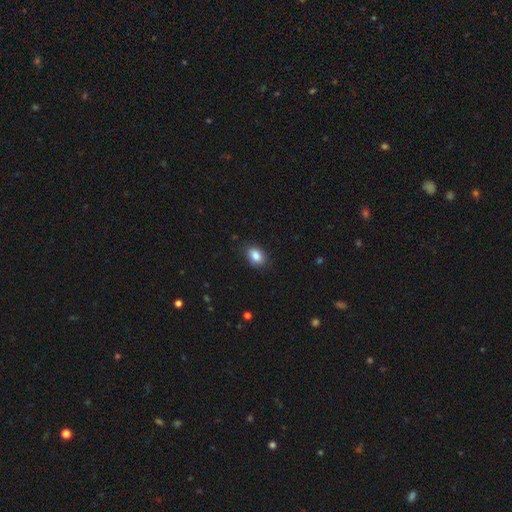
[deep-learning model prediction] Morphology: type=smooth (85%); roundness=in between (77%); merging=none (84%).